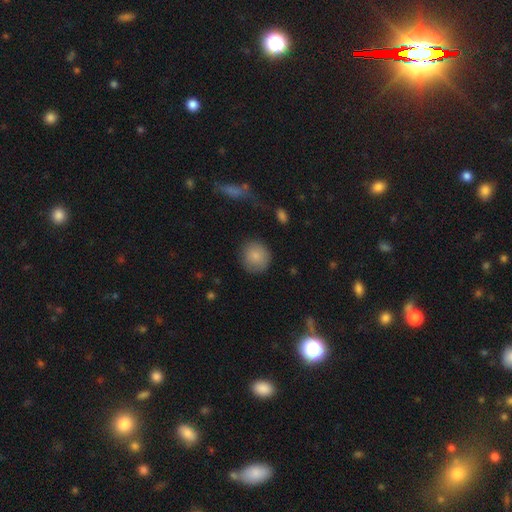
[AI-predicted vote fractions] Morphology: type=smooth (86%); roundness=round (90%); merging=none (84%).